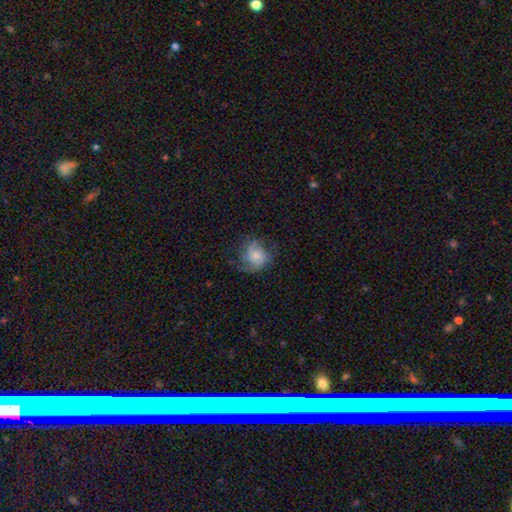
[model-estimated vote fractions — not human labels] A featured or disk galaxy (46%). Merging: none (57%).